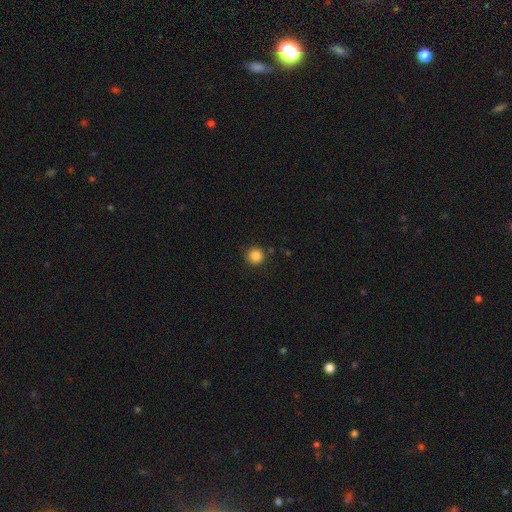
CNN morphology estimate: type=smooth (85%); roundness=round (95%); merging=none (89%).